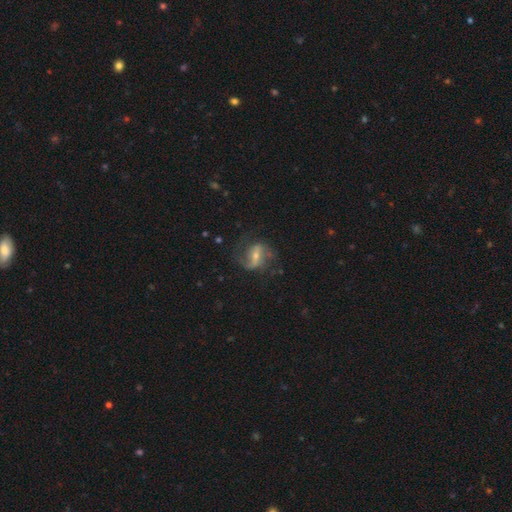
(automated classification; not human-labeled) Morphology: type=featured or disk (78%); edge-on=no (96%); bar=strong (42%); spiral arms=yes (90%); winding=loose (52%); arm count=2 (79%); bulge=small (50%); merging=none (63%).